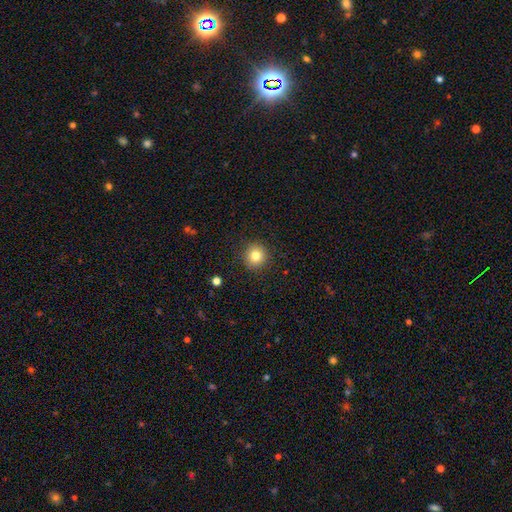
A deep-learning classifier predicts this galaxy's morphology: A smooth galaxy with no disk features (82%) that is round (94%).

Vote fractions:
- Smooth or featured? smooth: 82% / star or artifact: 11% / featured or disk: 7%
- How rounded? round: 94% / in between: 6% / cigar-shaped: 1%
- Merging? none: 91% / minor disturbance: 6% / major disturbance: 2% / merger: 1%